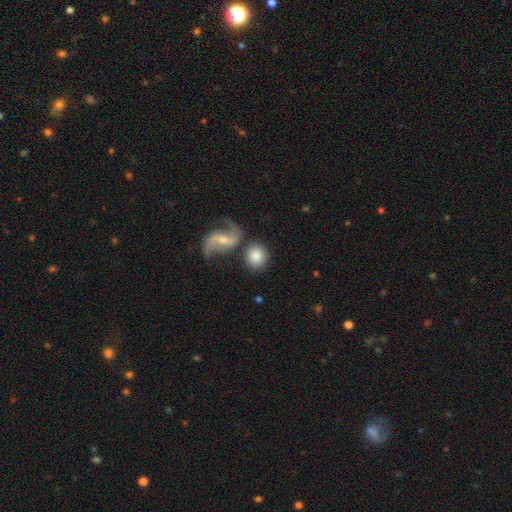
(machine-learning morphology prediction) Smooth or featured?
  - smooth: 72% *
  - featured or disk: 21%
  - star or artifact: 7%
How rounded?
  - round: 79% *
  - in between: 20%
  - cigar-shaped: 2%
Merging?
  - none: 68% *
  - merger: 16%
  - minor disturbance: 11%
  - major disturbance: 5%